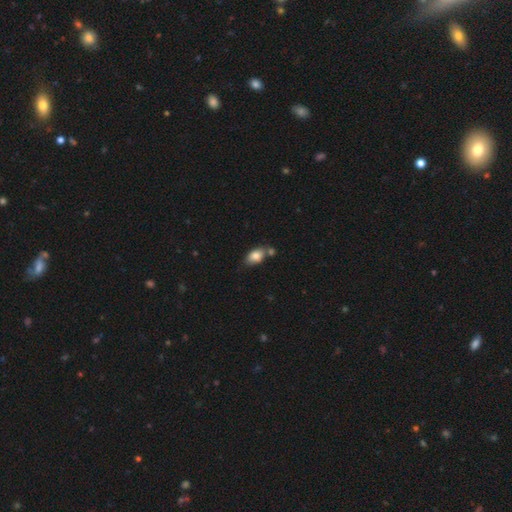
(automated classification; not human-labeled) The model was most divided on "merging": none: 57%, merger: 22%, minor disturbance: 17%, major disturbance: 4%. More confident: how rounded — in between (89%); smooth or featured — smooth (81%).